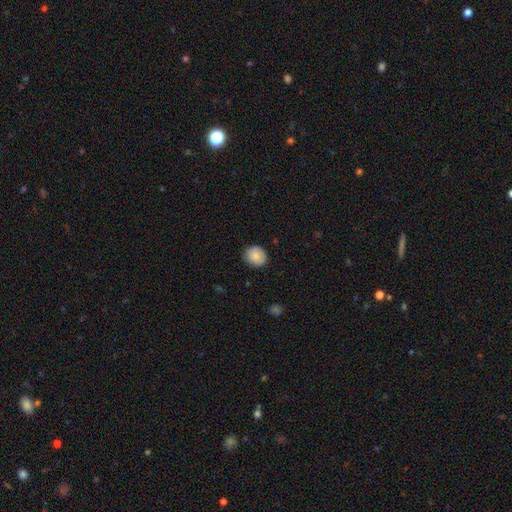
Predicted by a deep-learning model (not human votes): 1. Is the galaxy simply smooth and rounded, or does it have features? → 78% smooth, 15% featured or disk, 7% star or artifact.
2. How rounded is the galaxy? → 78% round, 21% in between, 1% cigar-shaped.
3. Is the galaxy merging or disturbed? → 80% none, 16% minor disturbance, 3% major disturbance, 1% merger.